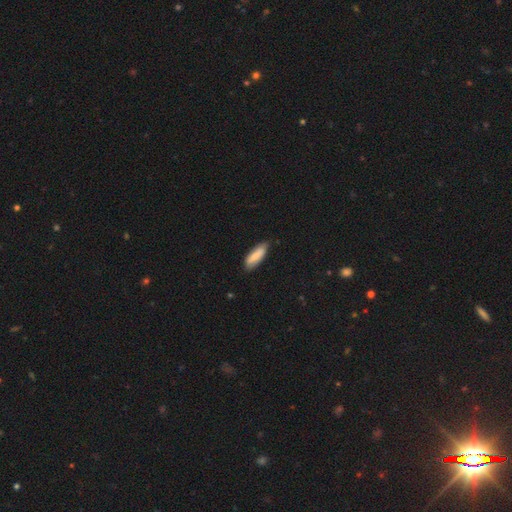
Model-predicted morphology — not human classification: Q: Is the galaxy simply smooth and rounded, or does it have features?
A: smooth — 79%.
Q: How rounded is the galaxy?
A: in between — 55%.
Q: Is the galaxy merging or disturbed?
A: none — 78%.